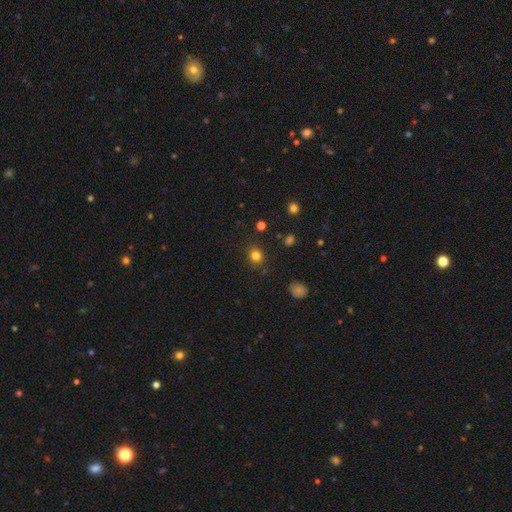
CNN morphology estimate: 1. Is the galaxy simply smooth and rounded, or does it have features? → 80% smooth, 14% star or artifact, 5% featured or disk.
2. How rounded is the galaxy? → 83% round, 16% in between, 1% cigar-shaped.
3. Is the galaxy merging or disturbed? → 87% none, 9% minor disturbance, 3% major disturbance, 2% merger.